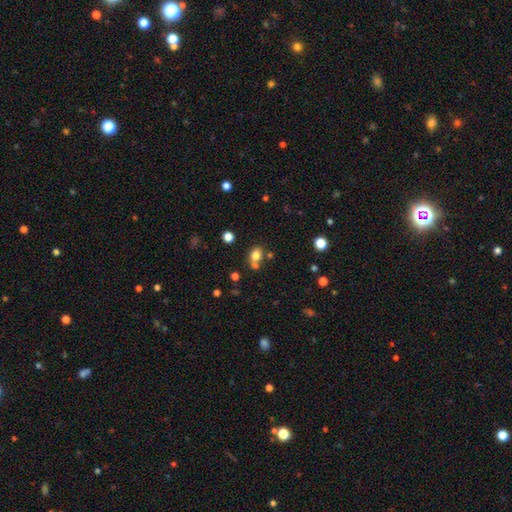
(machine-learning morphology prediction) Q: Smooth or featured?
A: smooth (78%); runner-up: star or artifact (13%)
Q: How rounded?
A: in between (59%); runner-up: round (39%)
Q: Merging?
A: none (53%); runner-up: merger (28%)